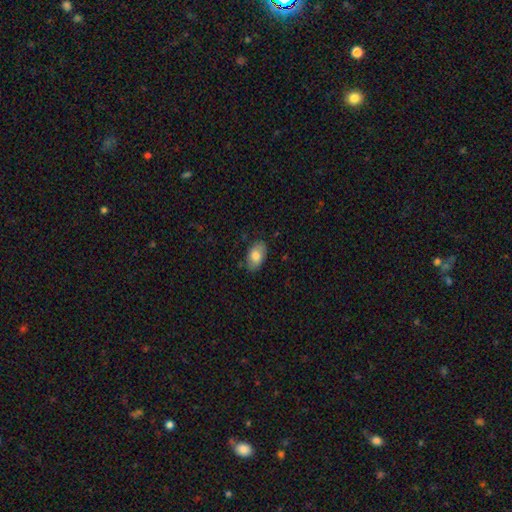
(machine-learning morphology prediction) Smooth or featured? Predicted: smooth (p=0.79). How rounded? Predicted: in between (p=0.93). Merging? Predicted: none (p=0.81).